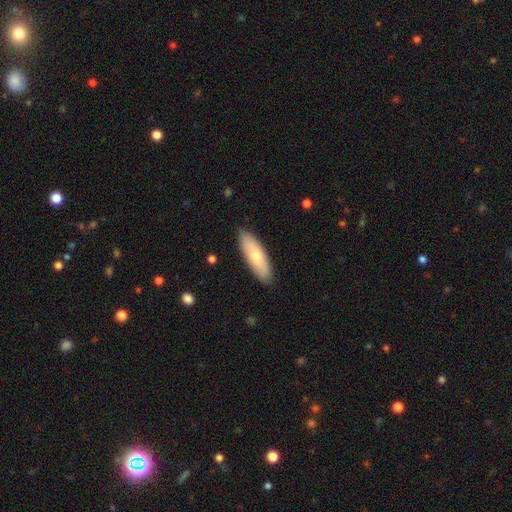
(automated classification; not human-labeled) Smooth or featured?
  - smooth: 71% *
  - featured or disk: 23%
  - star or artifact: 5%
How rounded?
  - in between: 57% *
  - cigar-shaped: 41%
  - round: 2%
Merging?
  - none: 87% *
  - minor disturbance: 10%
  - major disturbance: 2%
  - merger: 1%